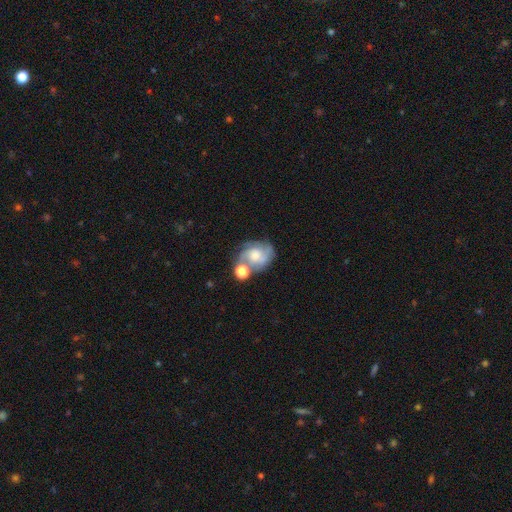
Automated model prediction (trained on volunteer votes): The model was most divided on "spiral arm count" (2-way tie): 2: 34%, 3: 34%, can't tell: 18%, 4: 6%, 1: 4%, more than 4: 4%. Remaining: edge-on disk — no (98%); spiral arms — yes (89%); bar — no (70%); smooth or featured — featured or disk (67%); spiral winding — medium (47%); merging — none (46%); bulge size — moderate (42%).